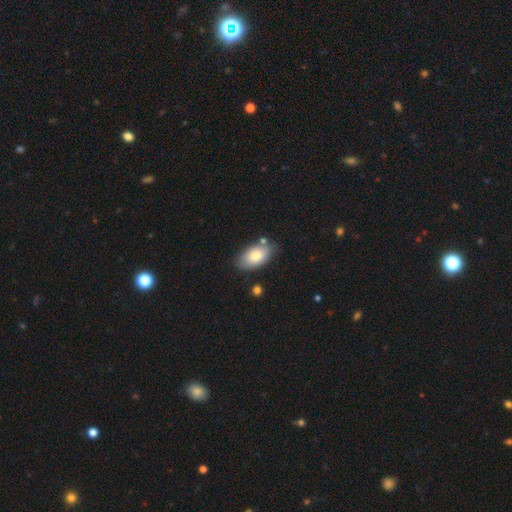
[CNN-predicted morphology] smooth_or_featured: smooth (p=0.81) [alt: featured or disk p=0.13]
how_rounded: in between (p=0.94) [alt: round p=0.04]
merging: none (p=0.78) [alt: minor disturbance p=0.14]